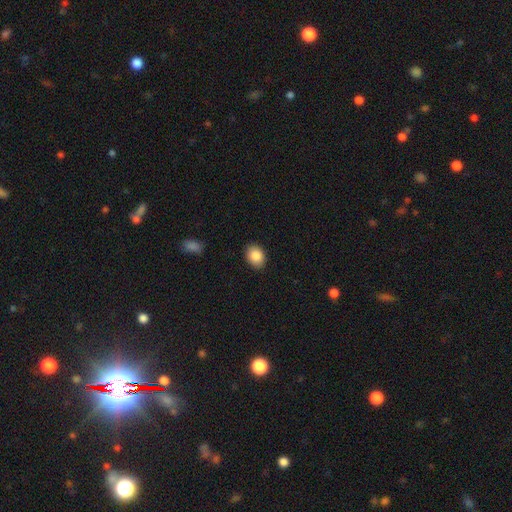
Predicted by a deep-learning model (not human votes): Smooth or featured: smooth — 87% (star or artifact — 8%)
How rounded: in between — 69% (round — 30%)
Merging: none — 88% (minor disturbance — 9%)